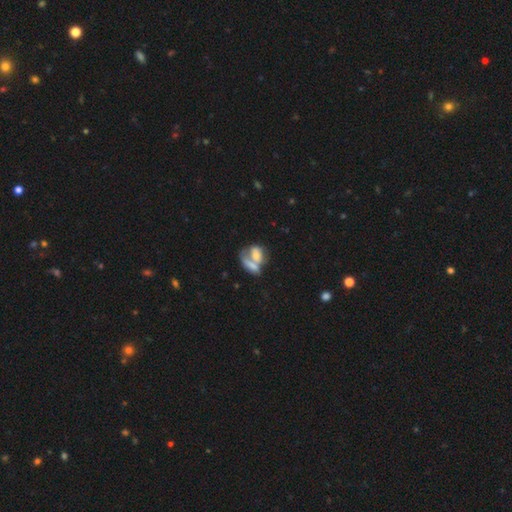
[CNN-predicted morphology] Smooth or featured? Predicted: smooth (p=0.59). How rounded? Predicted: in between (p=0.68). Merging? Predicted: merger (p=0.66).